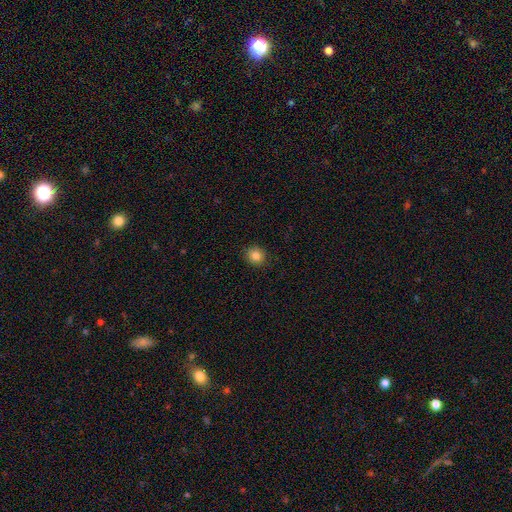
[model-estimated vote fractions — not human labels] smooth 83%, star or artifact 11%, featured or disk 6%. Down the decision tree: how rounded — round (85%); merging — none (91%).